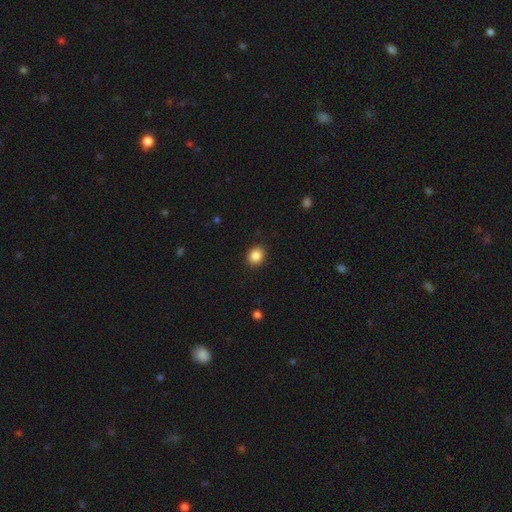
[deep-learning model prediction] A smooth galaxy with no disk features (87%) that is round (59%). Merging: none (90%).